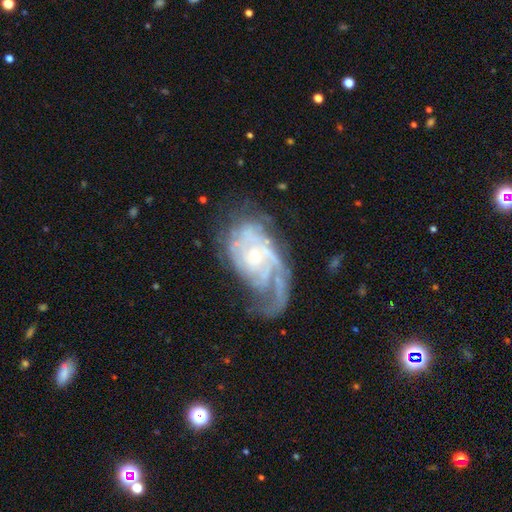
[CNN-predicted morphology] Smooth or featured? featured or disk (86%)
Edge-on disk? no (97%)
Bar? no (74%)
Spiral arms? yes (94%)
Spiral winding? tight (52%)
Spiral arm count? can't tell (35%)
Bulge size? small (74%)
Merging? none (46%)